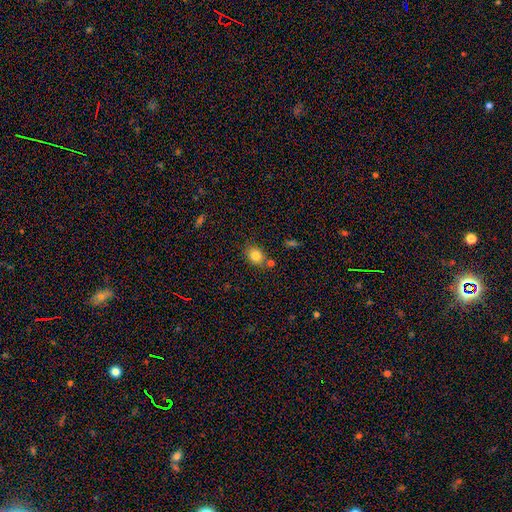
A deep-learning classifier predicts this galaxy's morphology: A smooth galaxy with no disk features (82%) that is round (52%). Merging: none (73%).